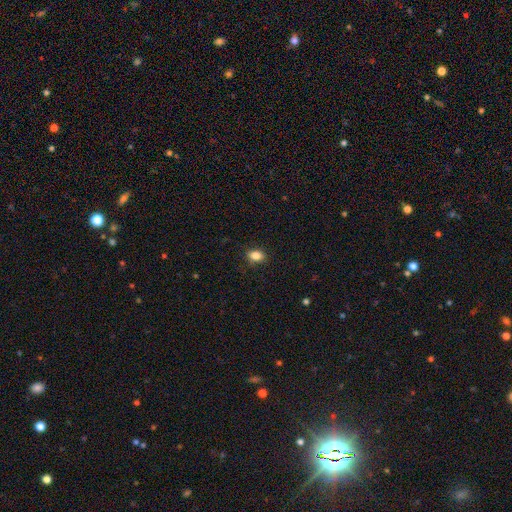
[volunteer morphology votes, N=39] A smooth galaxy with no disk features (90%) that is in between round and cigar-shaped (94%). Merging: none (92%).